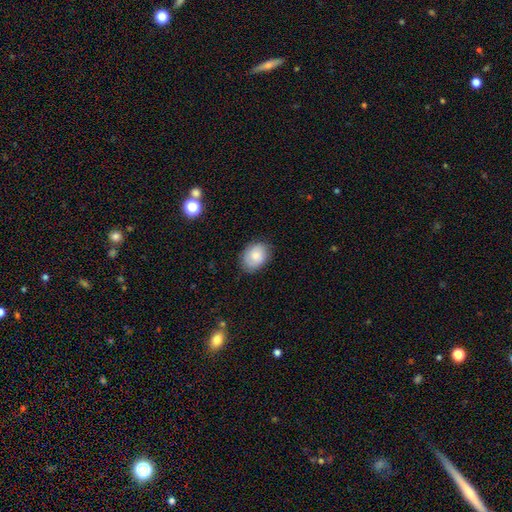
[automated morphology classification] The model was most divided on "how rounded": in between: 67%, round: 32%, cigar-shaped: 1%. More confident: merging — none (79%); smooth or featured — smooth (79%).